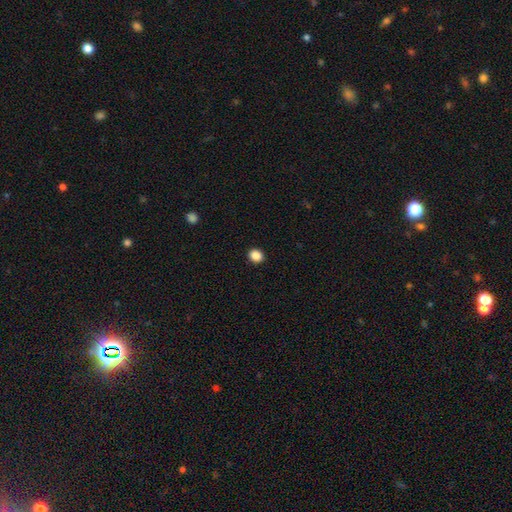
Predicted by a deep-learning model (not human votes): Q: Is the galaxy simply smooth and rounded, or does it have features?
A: smooth — 88%.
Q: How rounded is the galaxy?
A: round — 70%.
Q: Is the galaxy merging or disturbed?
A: none — 93%.